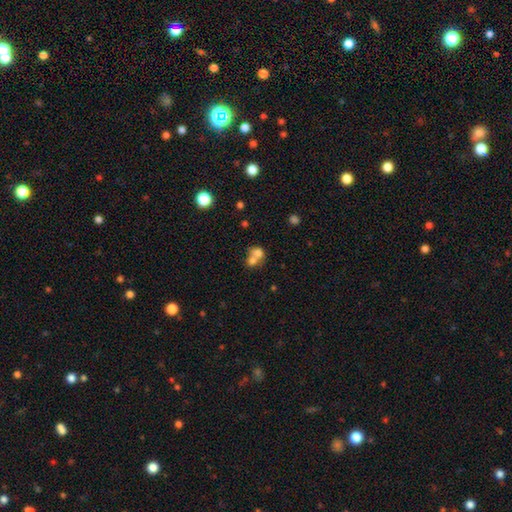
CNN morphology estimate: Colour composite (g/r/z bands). It shows a smooth galaxy with no disk features (65%) that is round (60%). Merging: merger (68%).